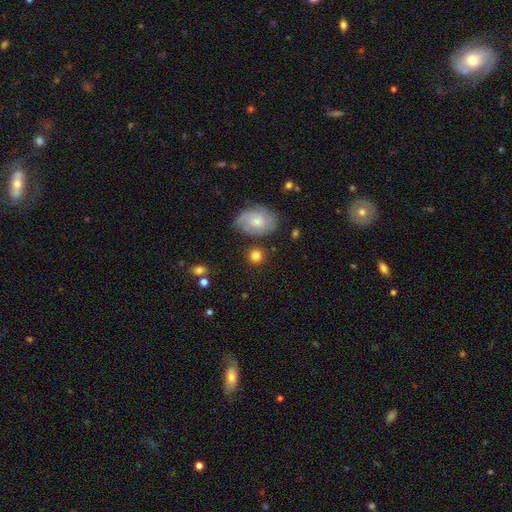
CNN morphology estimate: This is likely a smooth galaxy (79%). How rounded: clearly round (83%). Merging: likely none (77%).